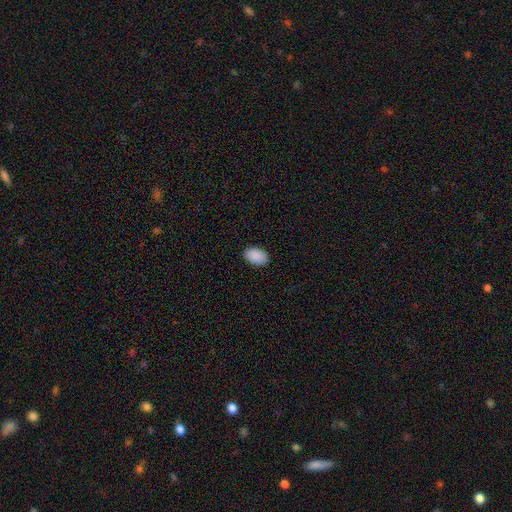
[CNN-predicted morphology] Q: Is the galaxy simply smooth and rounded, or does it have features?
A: smooth — 91%.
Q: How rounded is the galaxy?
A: in between — 90%.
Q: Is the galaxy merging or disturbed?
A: none — 89%.